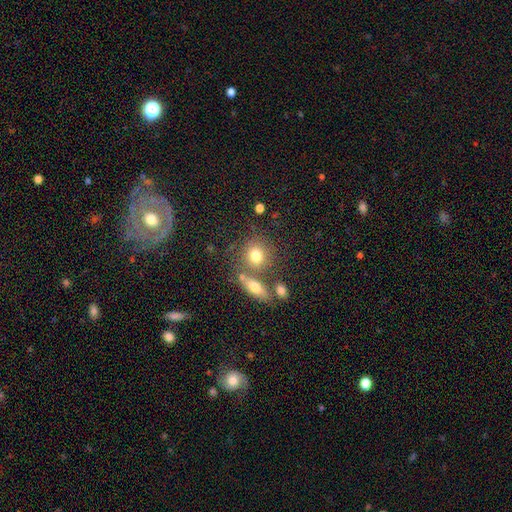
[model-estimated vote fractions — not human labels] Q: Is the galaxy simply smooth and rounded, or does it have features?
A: smooth — 76%.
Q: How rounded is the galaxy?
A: round — 75%.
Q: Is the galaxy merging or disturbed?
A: none — 63%.